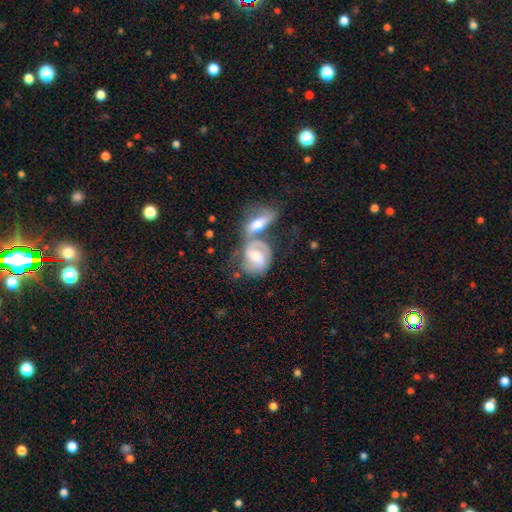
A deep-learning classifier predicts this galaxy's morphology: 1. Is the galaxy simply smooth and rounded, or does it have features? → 74% featured or disk, 20% smooth, 6% star or artifact.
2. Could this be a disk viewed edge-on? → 96% no, 4% yes.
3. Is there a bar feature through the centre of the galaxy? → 46% weak, 33% no, 21% strong.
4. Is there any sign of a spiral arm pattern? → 90% yes, 10% no.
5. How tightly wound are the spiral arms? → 45% medium, 34% tight, 21% loose.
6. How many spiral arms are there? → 75% 2, 11% can't tell, 10% 1, 2% 3, 1% 4, 1% more than 4.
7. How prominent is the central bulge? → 62% moderate, 23% small, 10% large, 3% none, 2% dominant.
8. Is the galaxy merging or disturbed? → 60% merger, 21% none, 10% minor disturbance, 9% major disturbance.